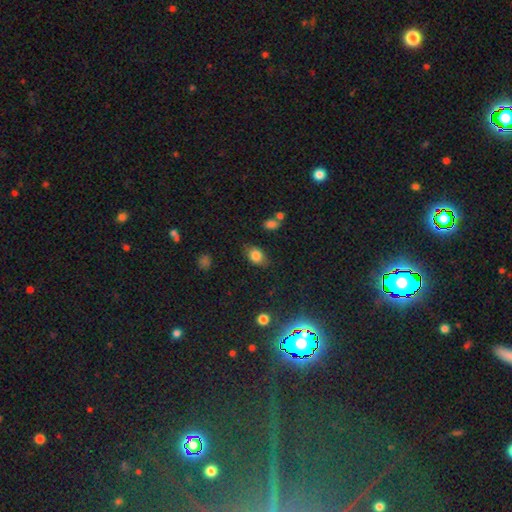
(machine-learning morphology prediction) The model was most divided on "how rounded": in between: 76%, round: 22%, cigar-shaped: 2%. More confident: smooth or featured — smooth (80%); merging — none (77%).